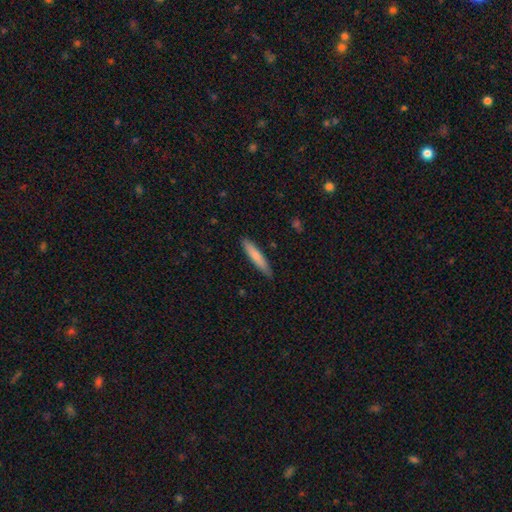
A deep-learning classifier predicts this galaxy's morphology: This appears to be a smooth galaxy with no disk features (78%) that is cigar-shaped (90%). Merging: none (86%).